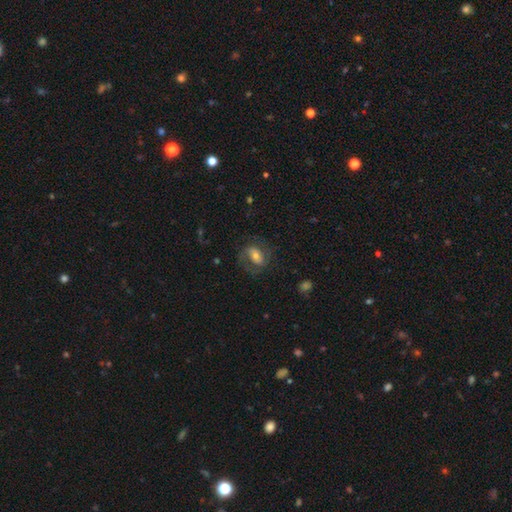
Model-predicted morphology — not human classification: Smooth or featured?
  - featured or disk: 59% *
  - smooth: 31%
  - star or artifact: 10%
Edge-on disk?
  - no: 96% *
  - yes: 4%
Bar?
  - weak: 39% *
  - no: 33%
  - strong: 28%
Spiral arms?
  - yes: 84% *
  - no: 16%
Bulge size?
  - moderate: 53% *
  - small: 30%
  - large: 12%
  - none: 2%
  - dominant: 2%
Merging?
  - none: 67% *
  - minor disturbance: 17%
  - major disturbance: 15%
  - merger: 1%